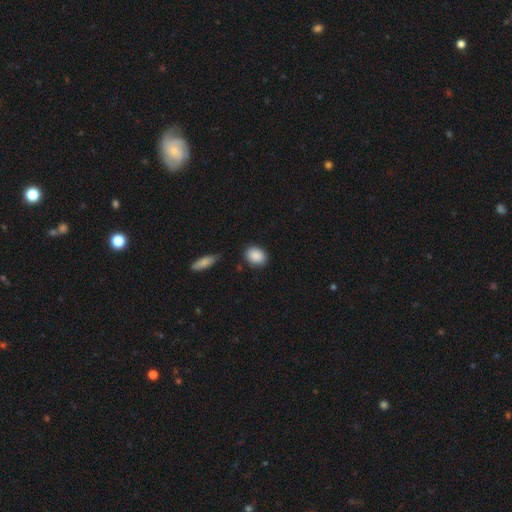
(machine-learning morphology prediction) Smooth or featured? smooth (89%)
How rounded? in between (67%)
Merging? none (81%)